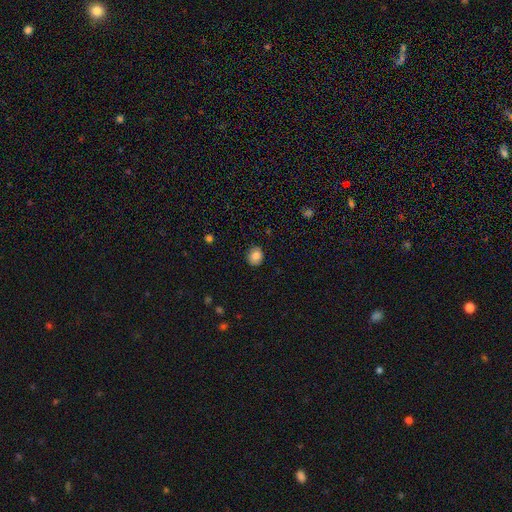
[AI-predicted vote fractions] A smooth galaxy with no disk features (83%) that is round (75%).

Vote fractions:
- Smooth or featured? smooth: 83% / star or artifact: 9% / featured or disk: 8%
- How rounded? round: 75% / in between: 24% / cigar-shaped: 1%
- Merging? none: 86% / minor disturbance: 10% / major disturbance: 2% / merger: 1%